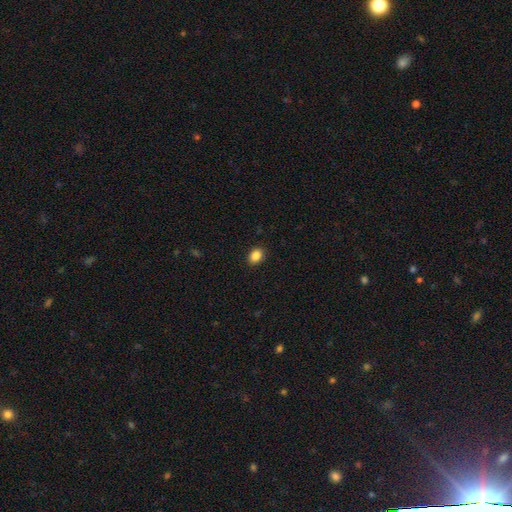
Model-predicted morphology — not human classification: type=smooth (87%); roundness=in between (63%); merging=none (90%).